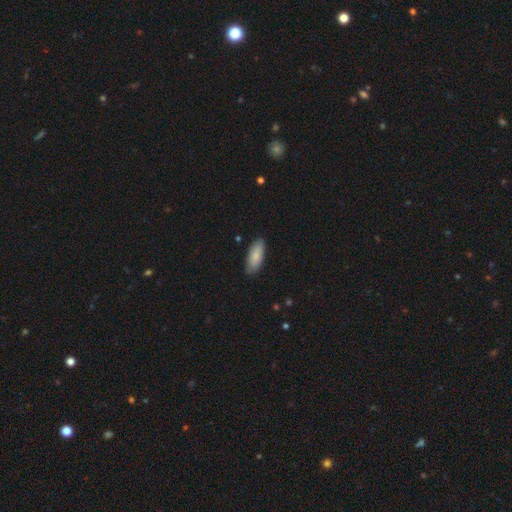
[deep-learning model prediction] A smooth galaxy with no disk features (82%) that is in between round and cigar-shaped (78%). Merging: none (85%).